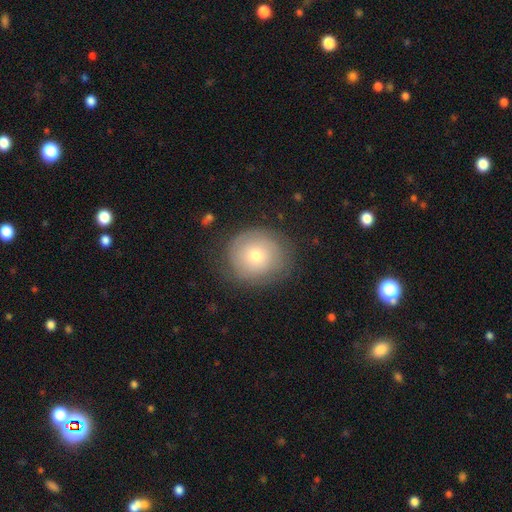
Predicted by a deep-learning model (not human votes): The model was most divided on "smooth or featured": smooth: 58%, featured or disk: 34%, star or artifact: 9%. More confident: how rounded — round (86%); merging — none (77%).